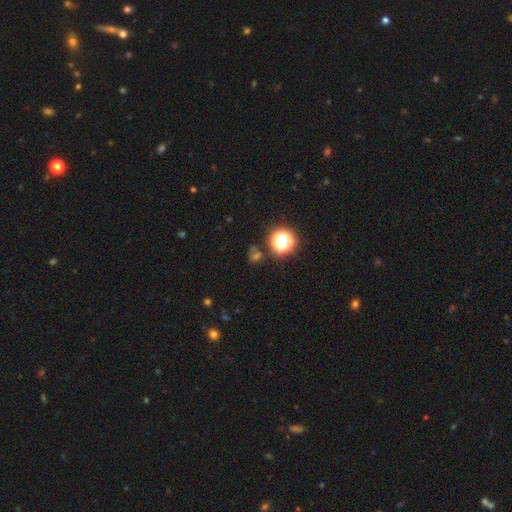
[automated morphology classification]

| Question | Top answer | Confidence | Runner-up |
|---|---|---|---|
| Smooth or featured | star or artifact | 54% | smooth (38%) |